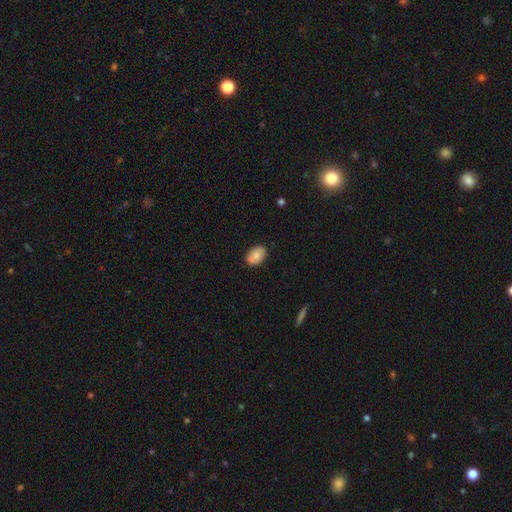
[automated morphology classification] This appears to be a smooth galaxy with no disk features (71%) that is in between round and cigar-shaped (74%). Merging: none (63%).